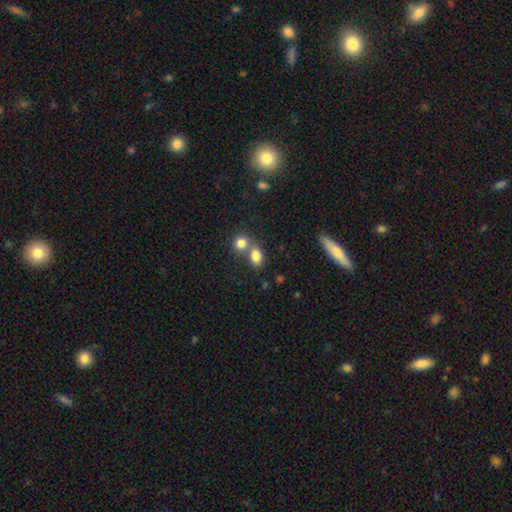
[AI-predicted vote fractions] A smooth galaxy with no disk features (82%) that is in between round and cigar-shaped (72%).

Vote fractions:
- Smooth or featured? smooth: 82% / star or artifact: 10% / featured or disk: 8%
- How rounded? in between: 72% / round: 26% / cigar-shaped: 2%
- Merging? merger: 47% / none: 41% / minor disturbance: 9% / major disturbance: 4%